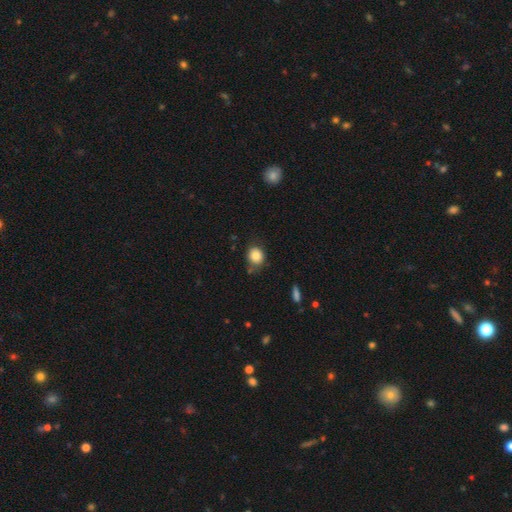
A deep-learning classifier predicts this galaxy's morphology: Smooth or featured?
  - smooth: 82% *
  - star or artifact: 10%
  - featured or disk: 8%
How rounded?
  - round: 73% *
  - in between: 26%
  - cigar-shaped: 1%
Merging?
  - none: 73% *
  - minor disturbance: 18%
  - merger: 5%
  - major disturbance: 4%